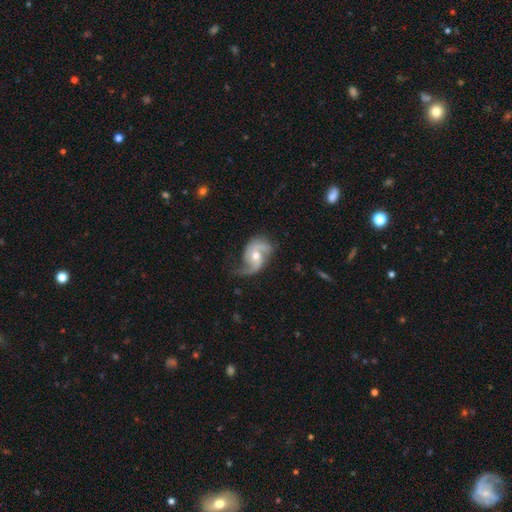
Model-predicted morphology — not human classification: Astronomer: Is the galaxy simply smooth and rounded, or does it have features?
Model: featured or disk — 85%.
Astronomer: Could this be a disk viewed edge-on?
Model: no — 97%.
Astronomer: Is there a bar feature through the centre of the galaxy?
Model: no — 58% (runner-up: weak, 34%).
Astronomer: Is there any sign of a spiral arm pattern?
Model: yes — 96%.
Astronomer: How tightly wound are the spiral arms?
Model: loose — 45% (runner-up: medium, 41%).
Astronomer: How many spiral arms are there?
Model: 2 — 81%.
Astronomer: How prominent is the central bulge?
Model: moderate — 67%.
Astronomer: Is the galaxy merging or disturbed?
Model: none — 53%.